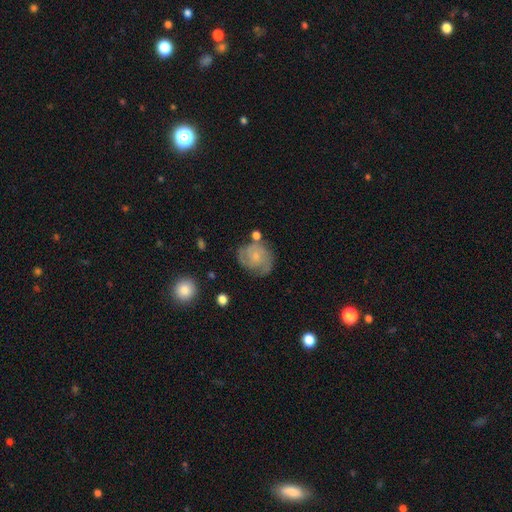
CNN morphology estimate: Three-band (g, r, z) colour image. It shows a featured or disk galaxy (66%) with no bar (73%), 2 (45%) tight (46%) spiral arms (88%) and a small central bulge (66%). Merging: none (61%).